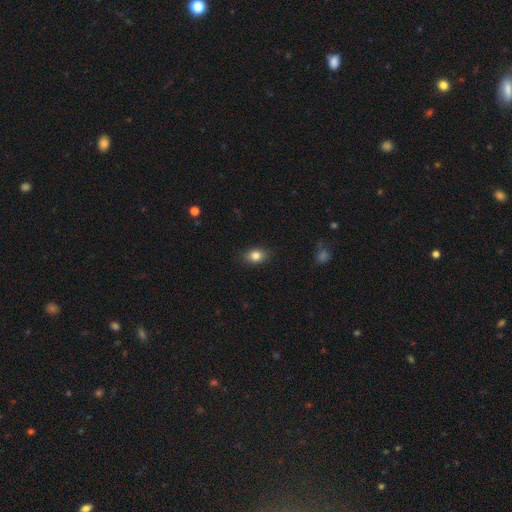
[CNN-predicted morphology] smooth_or_featured: smooth (p=0.83) [alt: star or artifact p=0.10]
how_rounded: in between (p=0.68) [alt: round p=0.30]
merging: none (p=0.86) [alt: minor disturbance p=0.11]